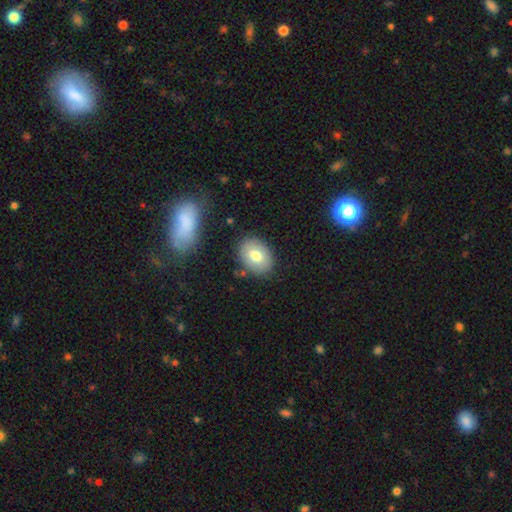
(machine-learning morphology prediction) Overall: smooth (74%). How rounded: in between (75%). Merging: none (83%).